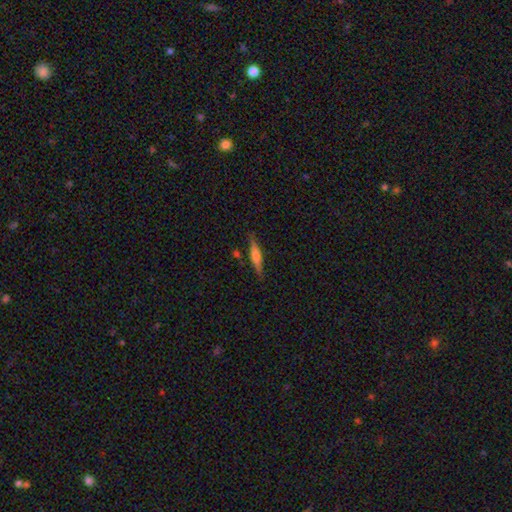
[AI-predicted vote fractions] This is possibly a smooth galaxy (55%). How rounded: clearly cigar-shaped (86%). Merging: clearly none (83%).